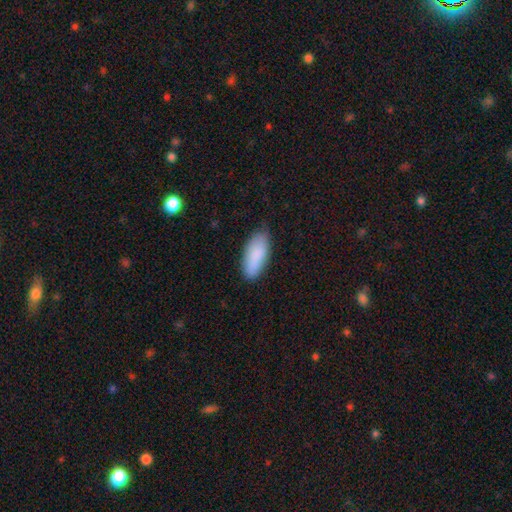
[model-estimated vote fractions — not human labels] Overall: smooth (87%). How rounded: in between (83%). Merging: none (78%).